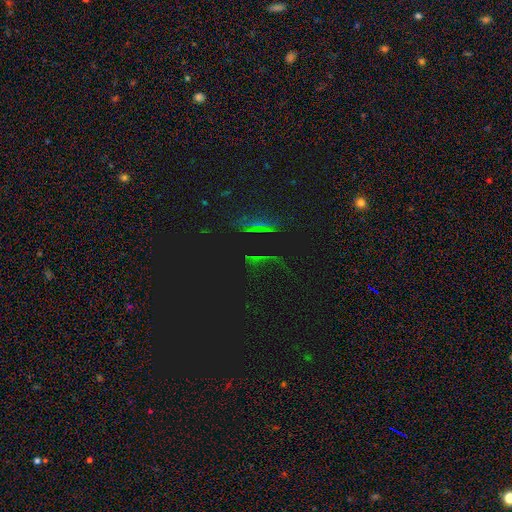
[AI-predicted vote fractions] A star or artifact, not a galaxy (68%).